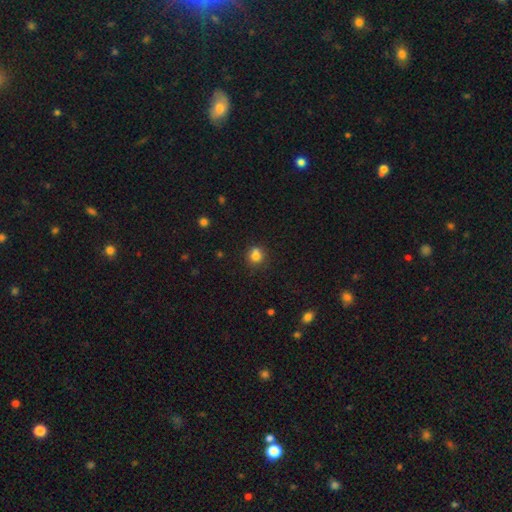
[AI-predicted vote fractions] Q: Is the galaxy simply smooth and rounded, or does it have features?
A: smooth — 79%.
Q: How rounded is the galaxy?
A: round — 78%.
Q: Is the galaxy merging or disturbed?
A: none — 59%.